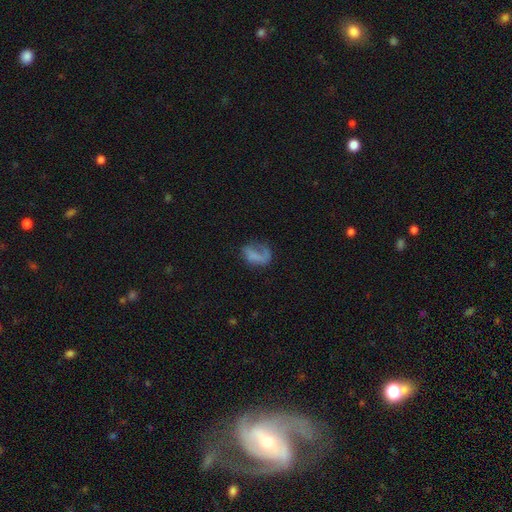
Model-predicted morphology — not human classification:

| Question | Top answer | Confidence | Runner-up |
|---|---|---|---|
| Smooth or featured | smooth | 50% | featured or disk (39%) |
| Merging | major disturbance | 41% | none (34%) |